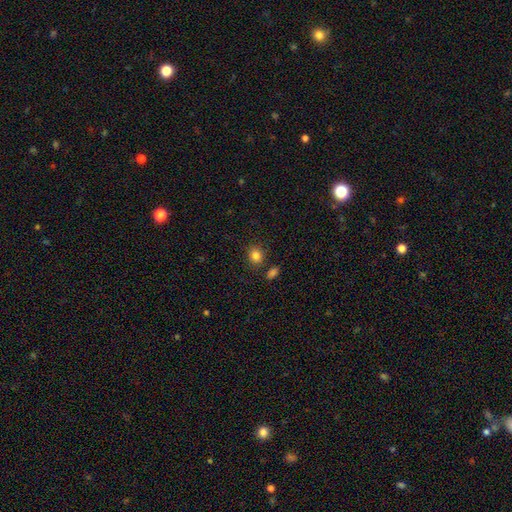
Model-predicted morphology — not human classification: This appears to be a smooth galaxy with no disk features (83%) that is round (65%). Merging: none (80%).